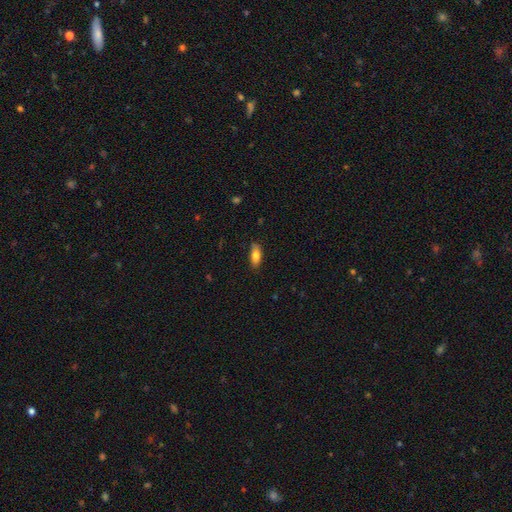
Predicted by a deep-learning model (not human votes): The model was most divided on "how rounded": in between: 77%, cigar-shaped: 21%, round: 2%. More confident: merging — none (83%); smooth or featured — smooth (79%).